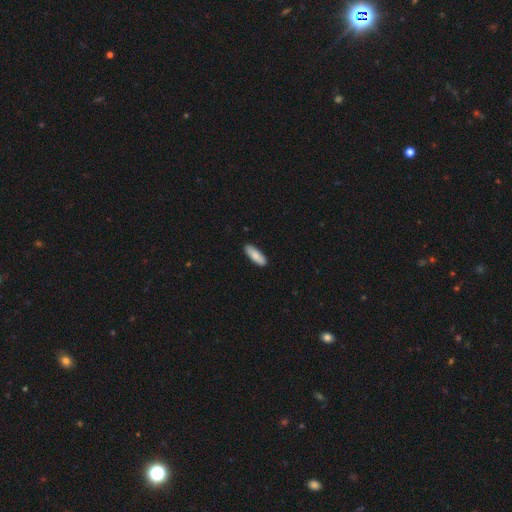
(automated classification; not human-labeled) This is clearly a smooth galaxy (86%). How rounded: possibly in between (56%). Merging: clearly none (88%).